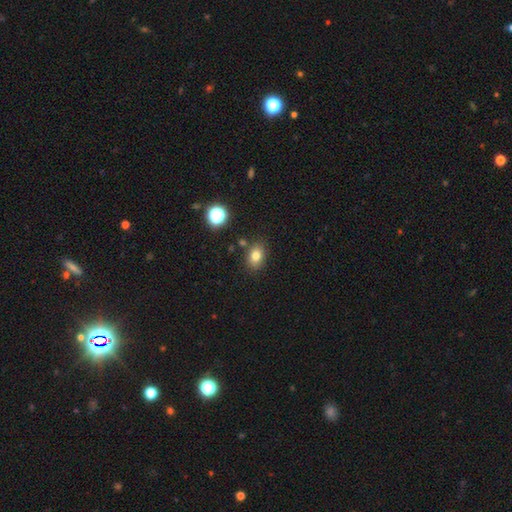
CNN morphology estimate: Smooth or featured? Predicted: smooth (p=0.80). How rounded? Predicted: in between (p=0.69). Merging? Predicted: none (p=0.80).